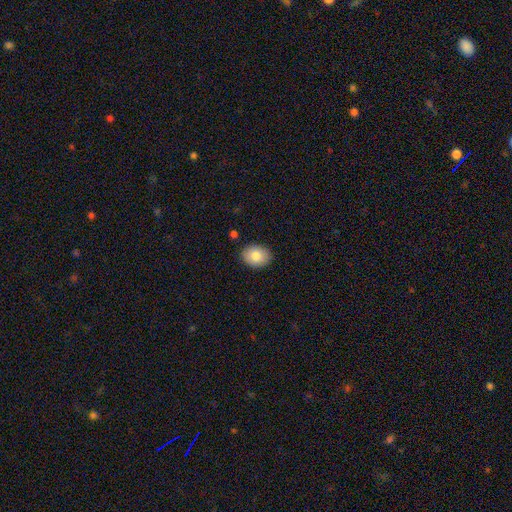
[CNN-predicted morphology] Smooth or featured? smooth (83%)
How rounded? in between (62%)
Merging? none (87%)